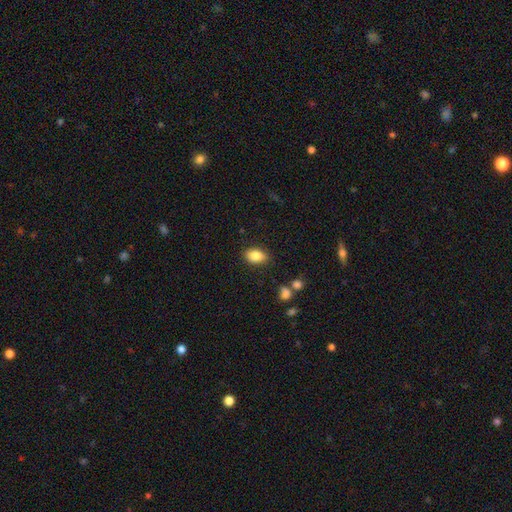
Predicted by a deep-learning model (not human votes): Smooth or featured: smooth — 85% (star or artifact — 8%)
How rounded: in between — 87% (round — 11%)
Merging: none — 85% (minor disturbance — 11%)